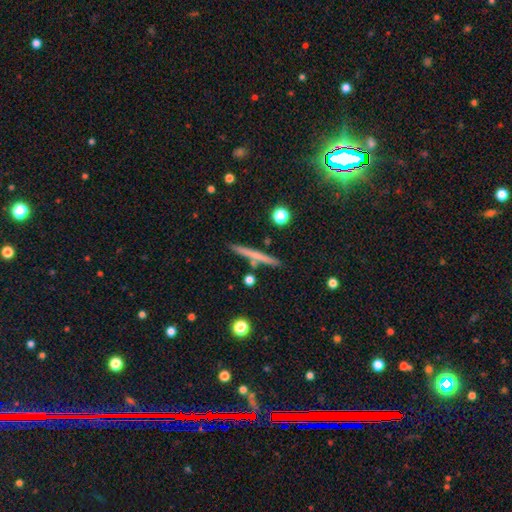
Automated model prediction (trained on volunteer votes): A smooth galaxy with no disk features (53%) that is cigar-shaped (95%).

Vote fractions:
- Smooth or featured? smooth: 53% / featured or disk: 39% / star or artifact: 7%
- How rounded? cigar-shaped: 95% / in between: 3% / round: 2%
- Merging? none: 86% / minor disturbance: 7% / merger: 4% / major disturbance: 2%